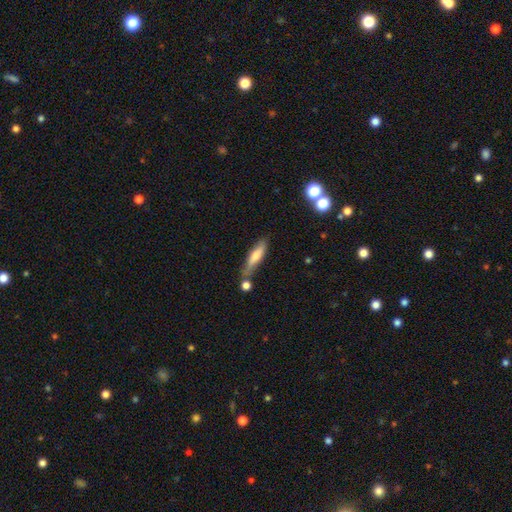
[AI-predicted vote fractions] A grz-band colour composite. It shows a smooth galaxy with no disk features (61%) that is cigar-shaped (74%). Merging: none (60%).